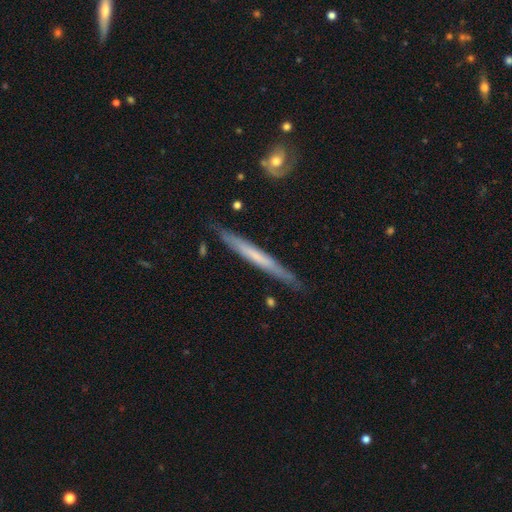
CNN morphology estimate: Overall: featured or disk (53%; smooth 41%). Edge-on disk: yes (93%). Merging: none (85%).